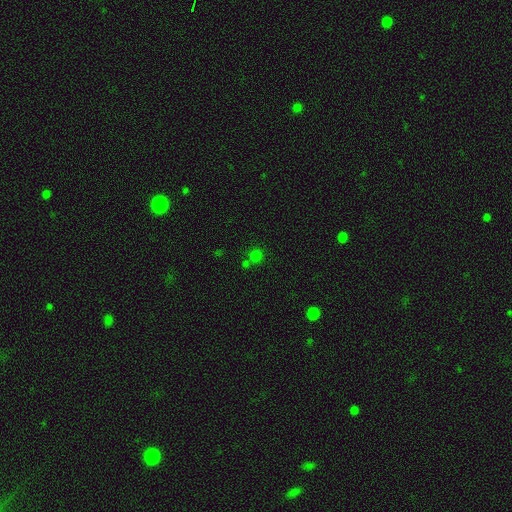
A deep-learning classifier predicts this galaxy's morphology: A smooth galaxy with no disk features (66%) that is round (90%).

Vote fractions:
- Smooth or featured? smooth: 66% / star or artifact: 28% / featured or disk: 6%
- How rounded? round: 90% / in between: 9% / cigar-shaped: 1%
- Merging? none: 68% / merger: 20% / minor disturbance: 8% / major disturbance: 4%